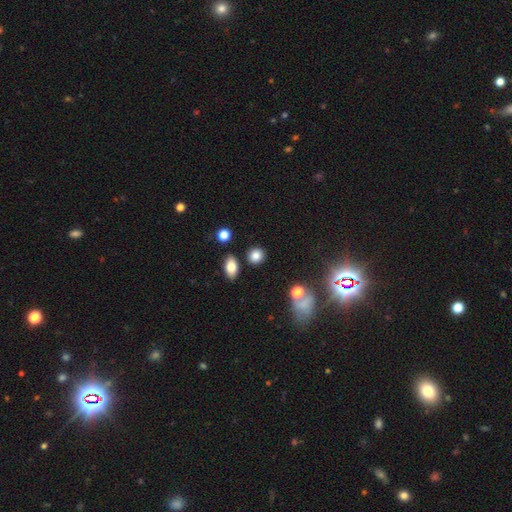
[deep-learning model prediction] Smooth or featured: smooth — 83% (star or artifact — 11%)
How rounded: round — 74% (in between — 24%)
Merging: none — 83% (minor disturbance — 9%)